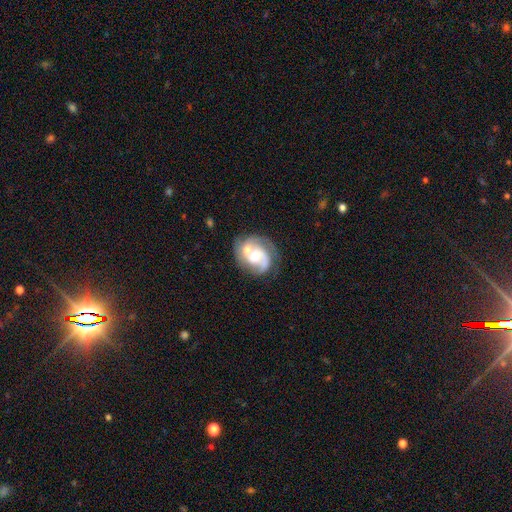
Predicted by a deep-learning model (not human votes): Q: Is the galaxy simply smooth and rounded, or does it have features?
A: featured or disk — 73%.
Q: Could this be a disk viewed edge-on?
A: no — 98%.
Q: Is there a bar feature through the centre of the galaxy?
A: no — 62%.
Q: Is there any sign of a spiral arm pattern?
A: yes — 87%.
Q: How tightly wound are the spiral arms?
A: medium — 46%.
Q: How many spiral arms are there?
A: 2 — 64%.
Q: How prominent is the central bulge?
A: moderate — 64%.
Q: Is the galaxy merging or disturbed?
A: merger — 48%.